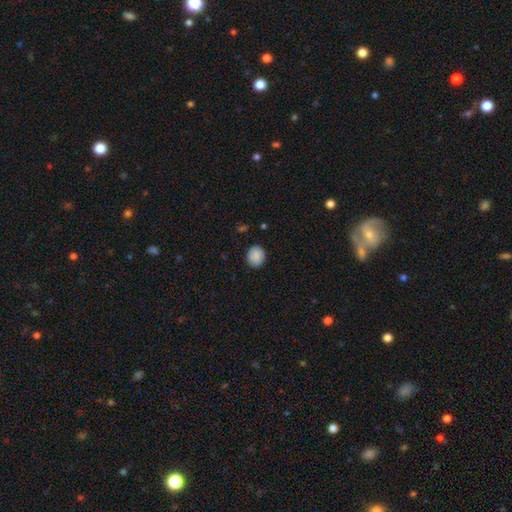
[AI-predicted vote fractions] The model was most divided on "how rounded": round: 73%, in between: 26%, cigar-shaped: 1%. More confident: smooth or featured — smooth (89%); merging — none (88%).